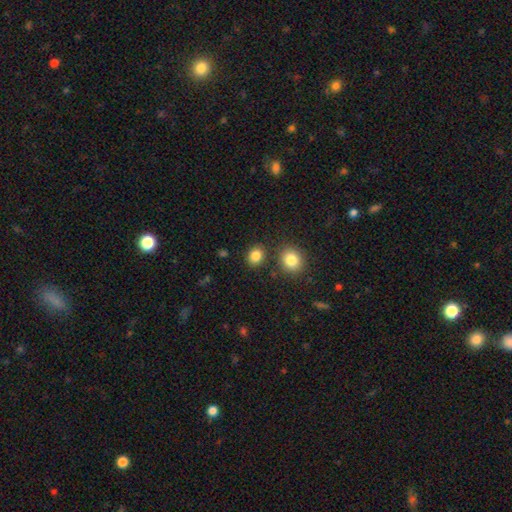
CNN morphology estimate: smooth 85%, star or artifact 10%, featured or disk 5%. Down the decision tree: how rounded — round (57%); merging — none (81%).